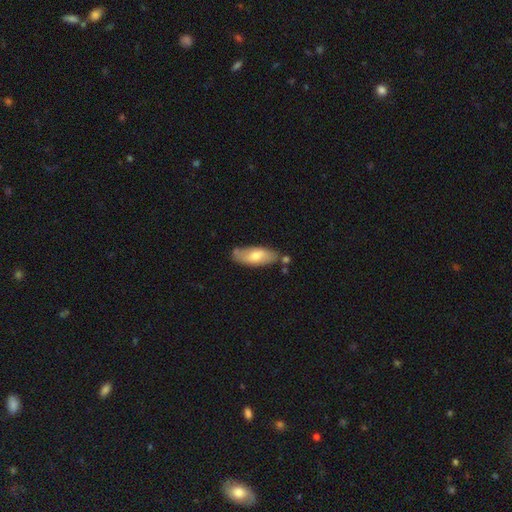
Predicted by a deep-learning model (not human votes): Smooth or featured? smooth (64%)
How rounded? in between (78%)
Merging? none (70%)